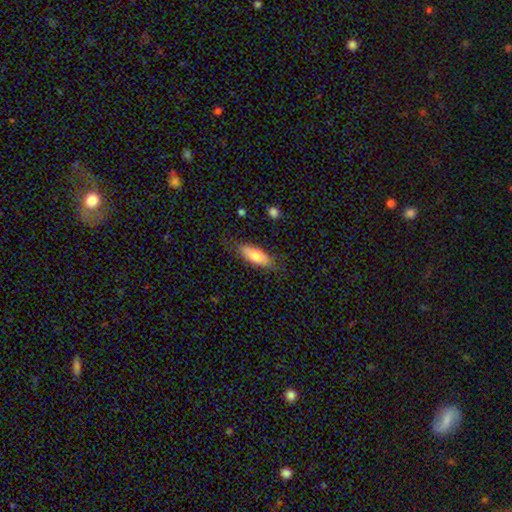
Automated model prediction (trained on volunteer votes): Q: Smooth or featured?
A: smooth (74%); runner-up: featured or disk (20%)
Q: How rounded?
A: in between (72%); runner-up: cigar-shaped (26%)
Q: Merging?
A: none (77%); runner-up: minor disturbance (18%)